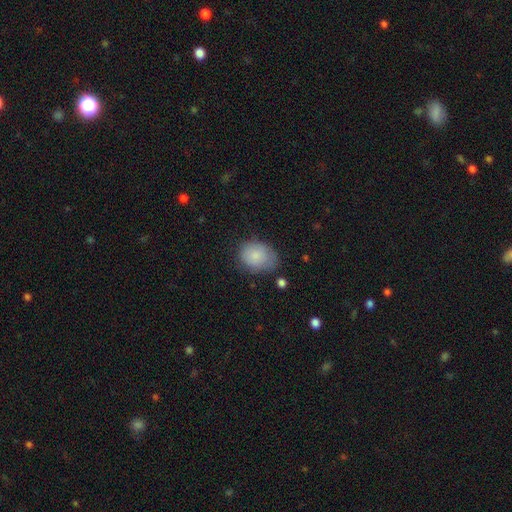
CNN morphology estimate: Overall: smooth (83%). How rounded: in between (52%; round 47%). Merging: none (62%; minor disturbance 28%).